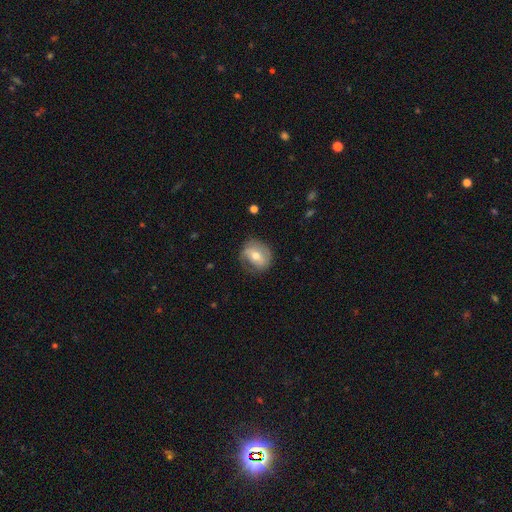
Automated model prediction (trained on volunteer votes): Smooth or featured? Predicted: smooth (p=0.50). Merging? Predicted: none (p=0.68).